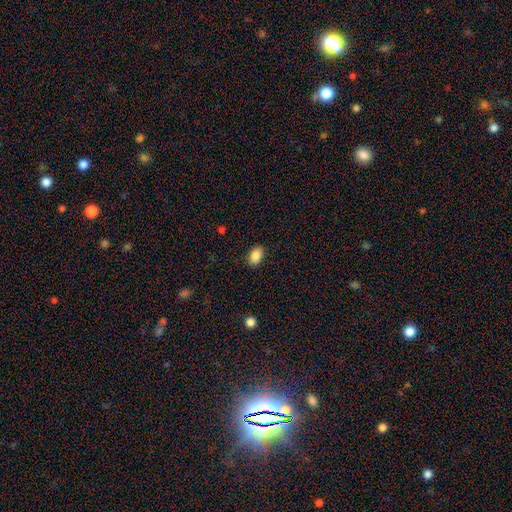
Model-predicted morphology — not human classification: smooth_or_featured: smooth (p=0.87) [alt: star or artifact p=0.08]
how_rounded: in between (p=0.88) [alt: round p=0.10]
merging: none (p=0.88) [alt: minor disturbance p=0.09]